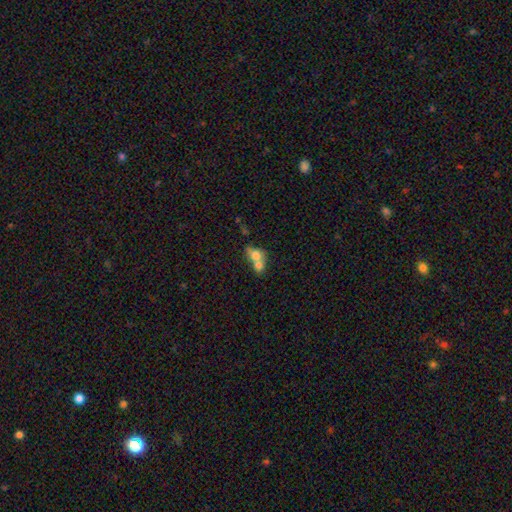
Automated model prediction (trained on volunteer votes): Smooth or featured: smooth — 72% (featured or disk — 20%)
How rounded: in between — 49% (tied with round — 49%)
Merging: merger — 74% (none — 16%)